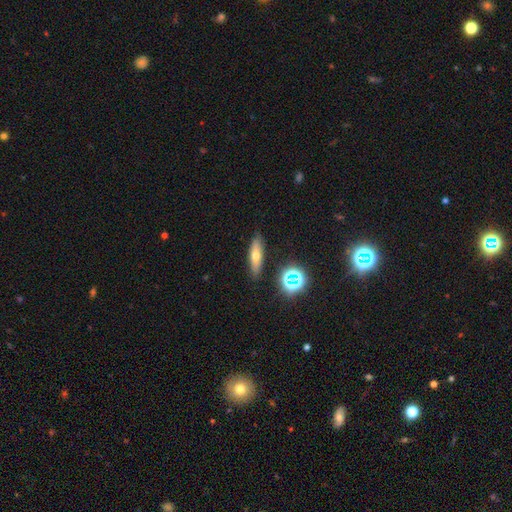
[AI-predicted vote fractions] The model was most divided on "how rounded": cigar-shaped: 56%, in between: 38%, round: 6%. More confident: merging — none (86%); smooth or featured — smooth (55%).